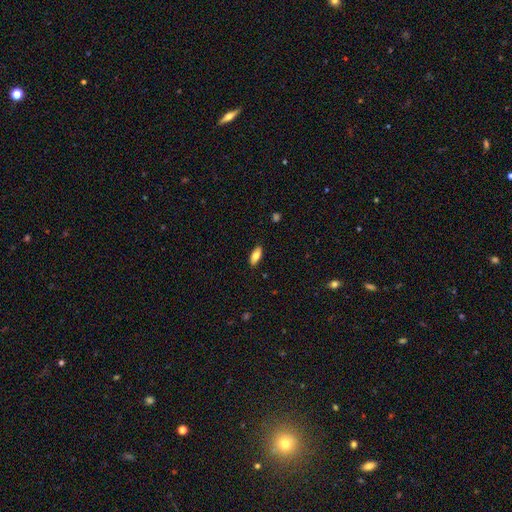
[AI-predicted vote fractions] The model was most divided on "smooth or featured": smooth: 78%, featured or disk: 16%, star or artifact: 6%. More confident: merging — none (87%); how rounded — in between (81%).